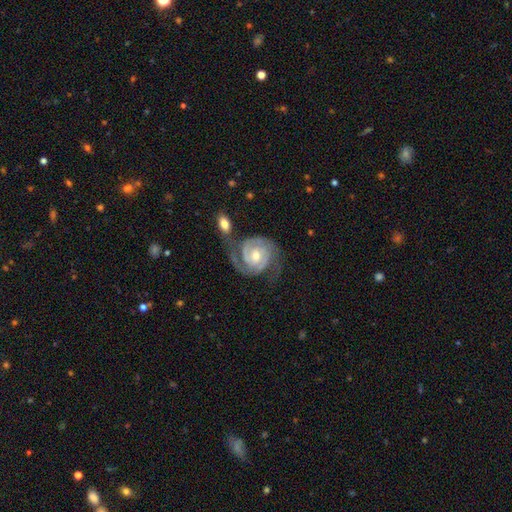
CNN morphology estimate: A featured or disk galaxy (89%) with no bar (57%), 2 (78%) tight (64%) spiral arms (98%) and a moderate central bulge (64%).

Vote fractions:
- Smooth or featured? featured or disk: 89% / smooth: 6% / star or artifact: 4%
- Edge-on disk? no: 98% / yes: 2%
- Bar? no: 57% / weak: 34% / strong: 9%
- Spiral arms? yes: 98% / no: 2%
- Spiral winding? tight: 64% / medium: 30% / loose: 7%
- Spiral arm count? 2: 78% / 3: 9% / can't tell: 7% / 1: 3% / 4: 2% / more than 4: 2%
- Bulge size? moderate: 64% / small: 30% / large: 4% / none: 1% / dominant: 1%
- Merging? none: 59% / minor disturbance: 18% / major disturbance: 13% / merger: 10%